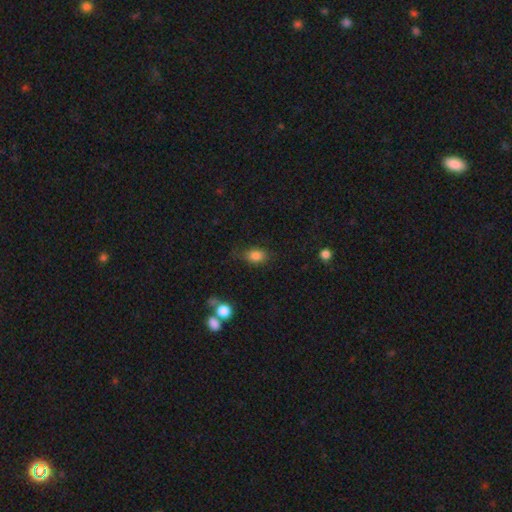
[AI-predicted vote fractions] Morphology: type=smooth (83%); roundness=in between (72%); merging=none (70%).